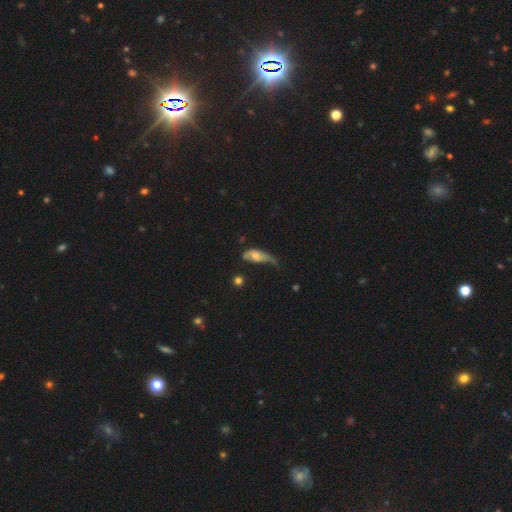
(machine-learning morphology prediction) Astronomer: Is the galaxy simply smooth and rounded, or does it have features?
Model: smooth — 55% (runner-up: featured or disk, 37%).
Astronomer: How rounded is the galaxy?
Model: in between — 77%.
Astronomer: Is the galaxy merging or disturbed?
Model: major disturbance — 44% (runner-up: minor disturbance, 30%).